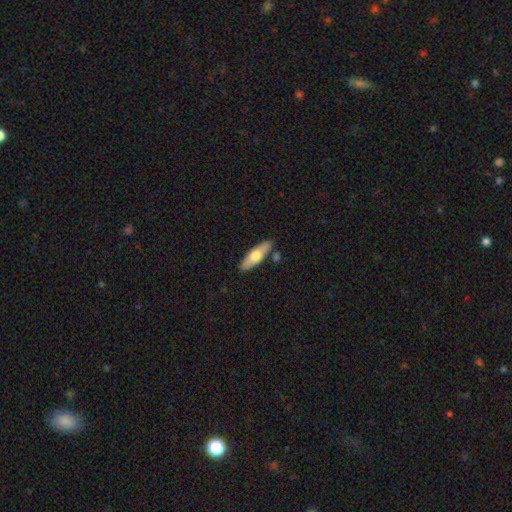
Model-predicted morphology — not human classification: type=smooth (56%); roundness=cigar-shaped (54%); merging=none (82%).